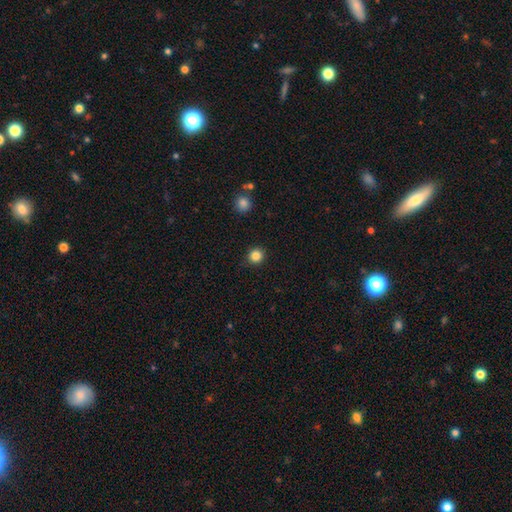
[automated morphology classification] Smooth or featured? smooth (84%)
How rounded? round (92%)
Merging? none (90%)